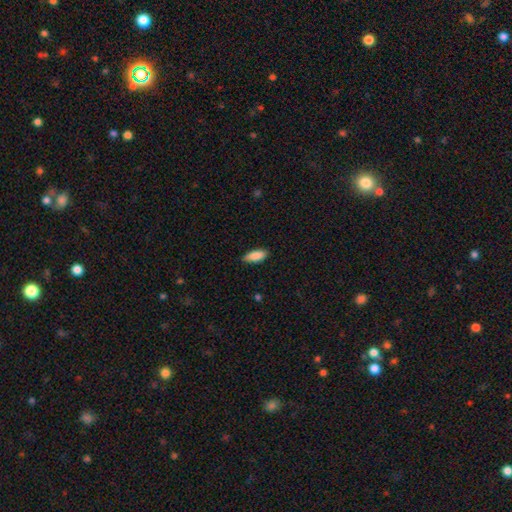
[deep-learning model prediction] A smooth galaxy with no disk features (88%) that is in between round and cigar-shaped (76%).

Vote fractions:
- Smooth or featured? smooth: 88% / star or artifact: 6% / featured or disk: 6%
- How rounded? in between: 76% / cigar-shaped: 22% / round: 2%
- Merging? none: 85% / minor disturbance: 12% / major disturbance: 2% / merger: 1%